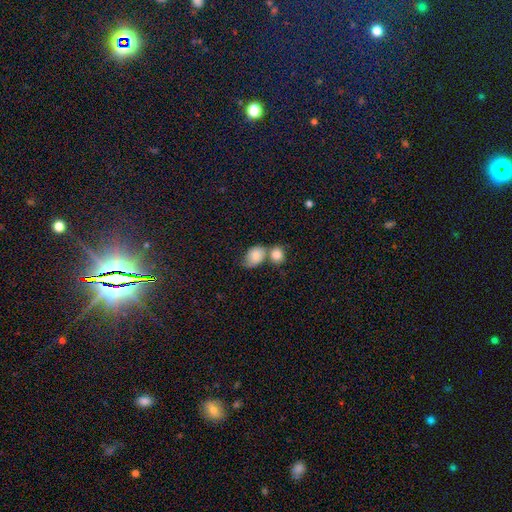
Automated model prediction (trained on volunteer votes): Q: Smooth or featured?
A: smooth (80%); runner-up: featured or disk (12%)
Q: How rounded?
A: in between (70%); runner-up: round (28%)
Q: Merging?
A: merger (50%); runner-up: none (30%)